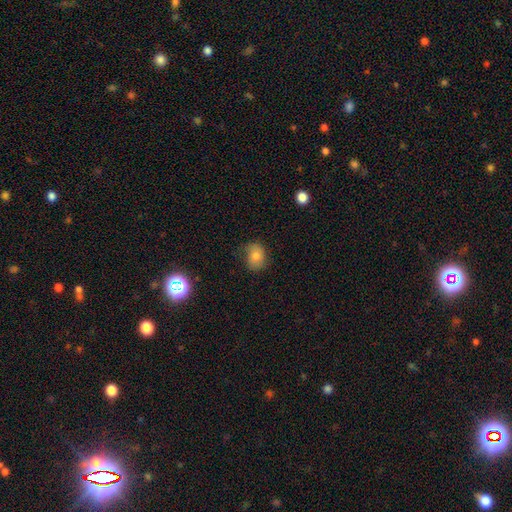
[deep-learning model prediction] Smooth or featured?
  - smooth: 71% *
  - featured or disk: 17%
  - star or artifact: 12%
How rounded?
  - in between: 51% *
  - round: 48%
  - cigar-shaped: 1%
Merging?
  - none: 66% *
  - minor disturbance: 25%
  - major disturbance: 8%
  - merger: 1%